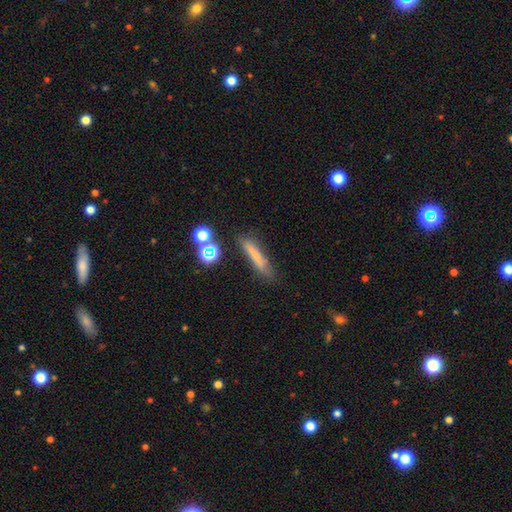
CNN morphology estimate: smooth-or-featured: smooth: 62% | featured or disk: 25% | star or artifact: 13%
  how-rounded: cigar-shaped: 85% | in between: 11% | round: 4%
  merging: none: 71% | minor disturbance: 18% | major disturbance: 6% | merger: 5%